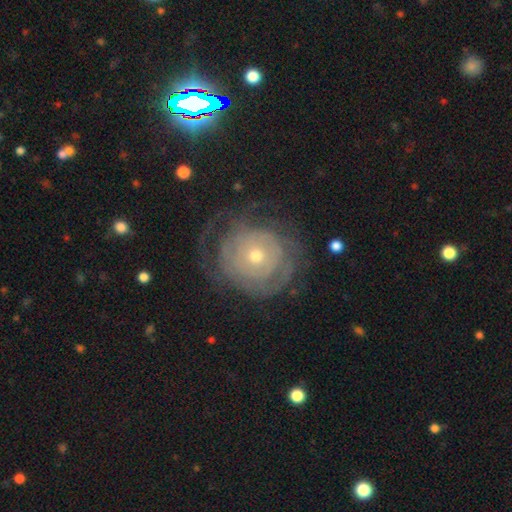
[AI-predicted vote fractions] Overall: featured or disk (72%). Edge-on disk: no (97%). Bar: no (84%). Spiral arms: yes (73%). Spiral arm count: can't tell (52%; 2 18%). Spiral winding: tight (72%). Bulge size: small (59%; moderate 37%). Merging: none (61%).